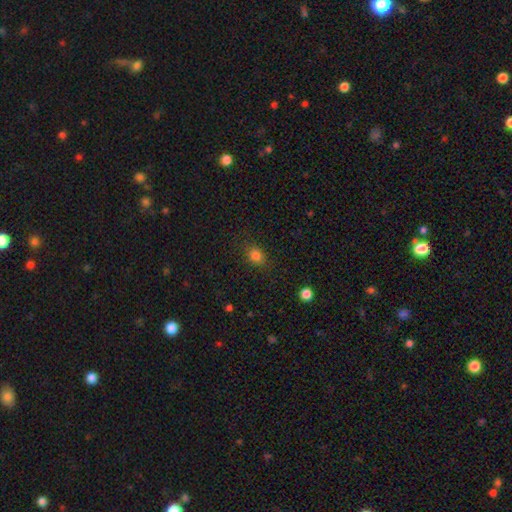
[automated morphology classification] Smooth or featured? Predicted: smooth (p=0.81). How rounded? Predicted: in between (p=0.55). Merging? Predicted: none (p=0.85).